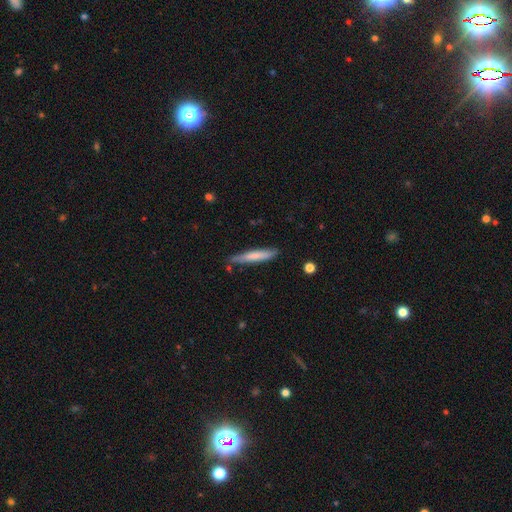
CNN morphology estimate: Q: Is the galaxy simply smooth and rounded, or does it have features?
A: smooth — 71%.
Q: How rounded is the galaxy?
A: cigar-shaped — 93%.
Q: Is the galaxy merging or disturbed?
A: none — 79%.